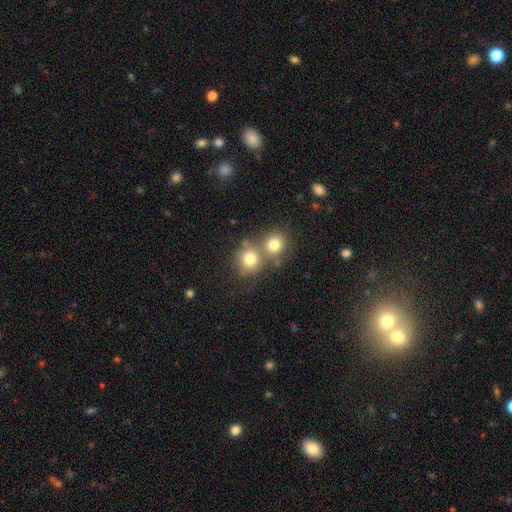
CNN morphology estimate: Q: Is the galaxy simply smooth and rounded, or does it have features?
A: smooth — 64%.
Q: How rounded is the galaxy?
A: round — 81%.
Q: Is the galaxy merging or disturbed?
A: none — 50%.